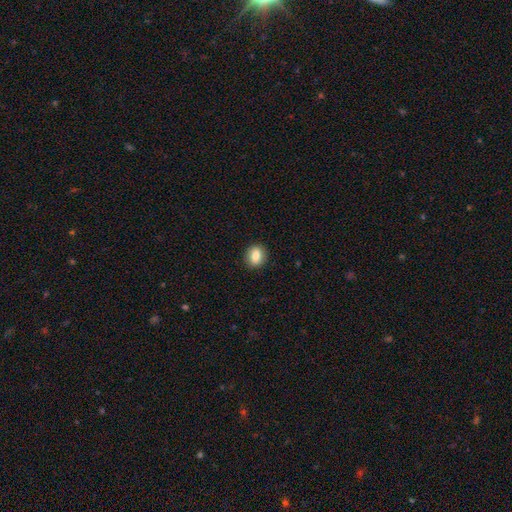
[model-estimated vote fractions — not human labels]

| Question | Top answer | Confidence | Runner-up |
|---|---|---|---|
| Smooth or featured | smooth | 83% | star or artifact (8%) |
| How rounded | round | 62% | in between (37%) |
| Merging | none | 90% | minor disturbance (7%) |